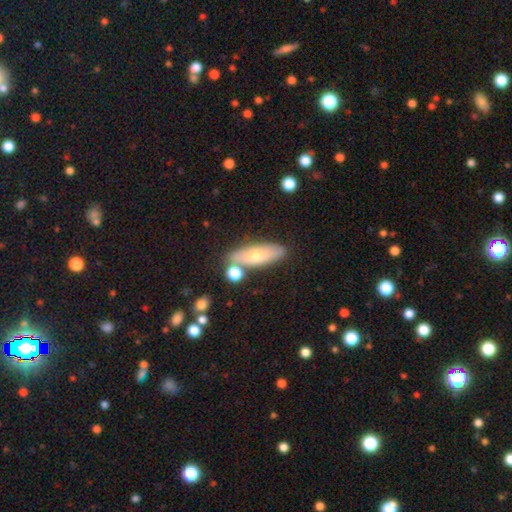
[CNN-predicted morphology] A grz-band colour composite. It shows a smooth galaxy with no disk features (66%) that is in between round and cigar-shaped (59%). Merging: none (75%).